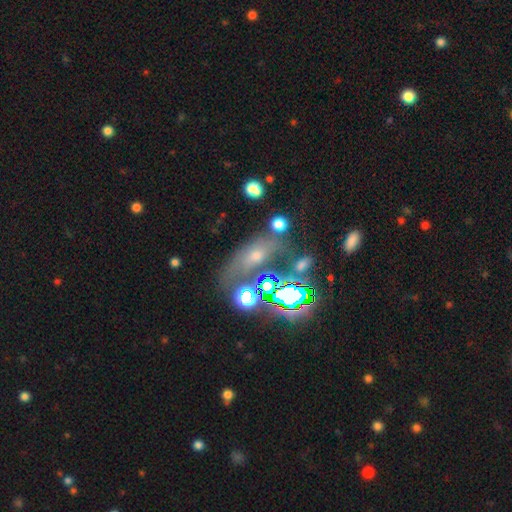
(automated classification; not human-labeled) This is possibly a star or artifact rather than a galaxy (45%).